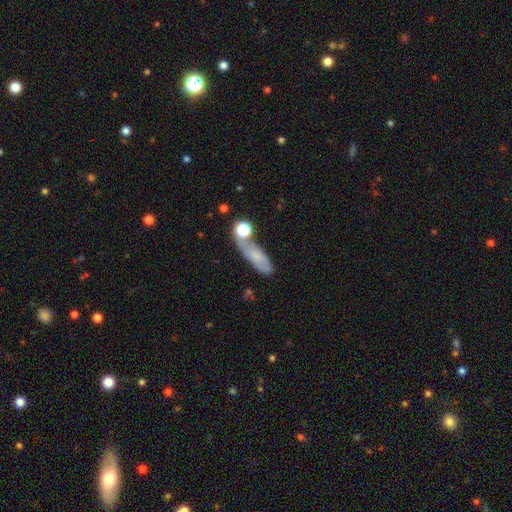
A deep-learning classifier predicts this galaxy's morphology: smooth-or-featured: smooth: 56% | featured or disk: 33% | star or artifact: 11%
  how-rounded: in between: 49% | cigar-shaped: 44% | round: 7%
  merging: none: 41% | minor disturbance: 23% | merger: 20% | major disturbance: 16%